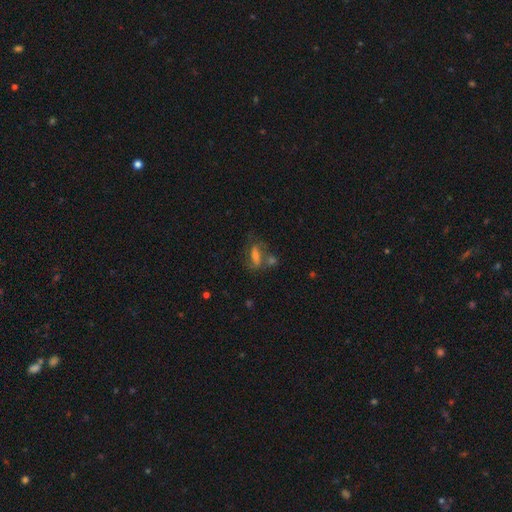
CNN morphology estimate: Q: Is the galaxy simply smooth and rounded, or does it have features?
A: smooth — 42%.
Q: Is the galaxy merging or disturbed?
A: none — 50%.